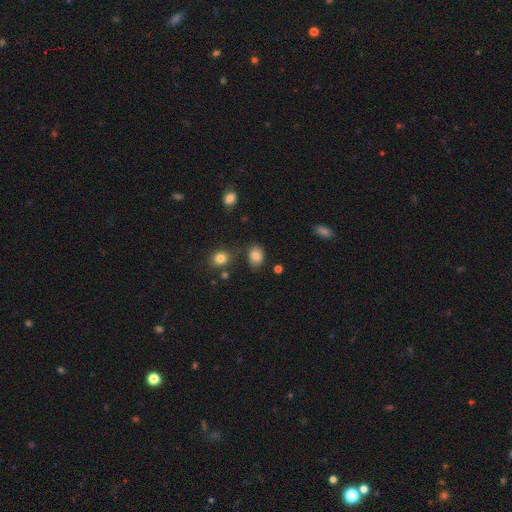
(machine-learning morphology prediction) A smooth galaxy with no disk features (81%) that is in between round and cigar-shaped (69%).

Vote fractions:
- Smooth or featured? smooth: 81% / star or artifact: 10% / featured or disk: 8%
- How rounded? in between: 69% / round: 30% / cigar-shaped: 1%
- Merging? none: 76% / minor disturbance: 16% / merger: 5% / major disturbance: 4%